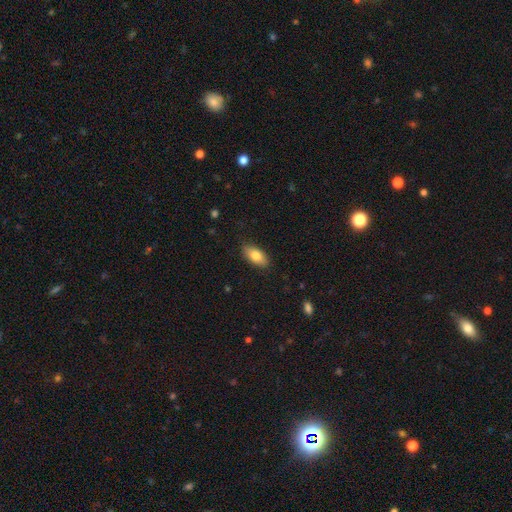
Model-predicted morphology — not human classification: The model was most divided on "smooth or featured": smooth: 81%, featured or disk: 13%, star or artifact: 7%. More confident: how rounded — in between (89%); merging — none (86%).